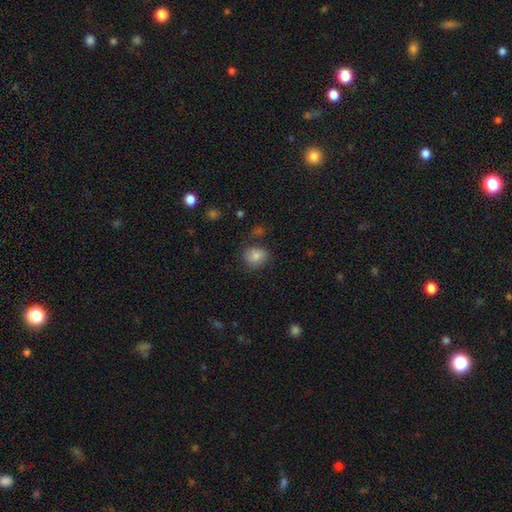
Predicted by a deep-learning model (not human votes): smooth-or-featured: smooth: 79% | star or artifact: 11% | featured or disk: 10%
  how-rounded: round: 62% | in between: 37% | cigar-shaped: 1%
  merging: none: 72% | minor disturbance: 18% | major disturbance: 5% | merger: 5%